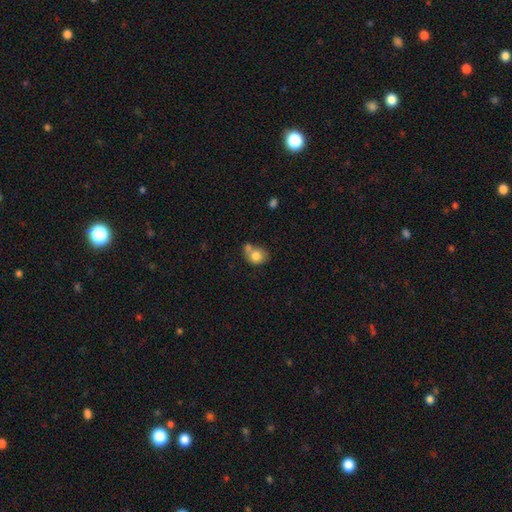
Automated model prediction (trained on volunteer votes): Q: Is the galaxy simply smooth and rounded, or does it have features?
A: smooth — 77%.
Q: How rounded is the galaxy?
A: round — 63%.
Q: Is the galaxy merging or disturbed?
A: merger — 40%.